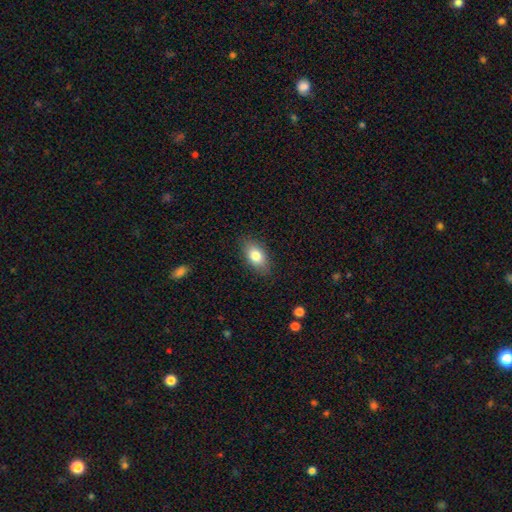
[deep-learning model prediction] A smooth galaxy with no disk features (80%) that is in between round and cigar-shaped (88%).

Vote fractions:
- Smooth or featured? smooth: 80% / featured or disk: 12% / star or artifact: 8%
- How rounded? in between: 88% / round: 8% / cigar-shaped: 3%
- Merging? none: 84% / minor disturbance: 12% / major disturbance: 3% / merger: 1%